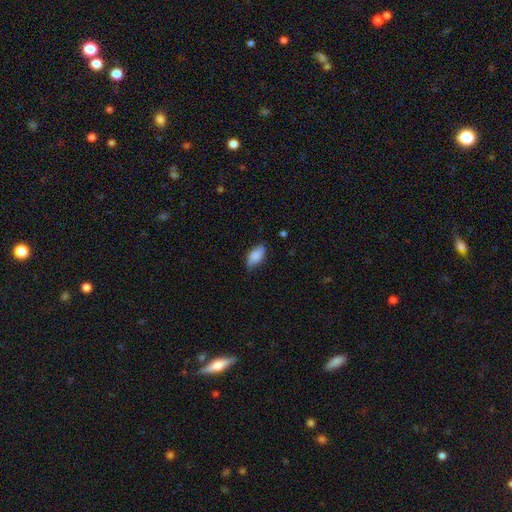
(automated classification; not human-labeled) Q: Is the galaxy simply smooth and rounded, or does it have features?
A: smooth — 86%.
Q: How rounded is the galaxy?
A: in between — 90%.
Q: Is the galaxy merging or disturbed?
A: none — 74%.